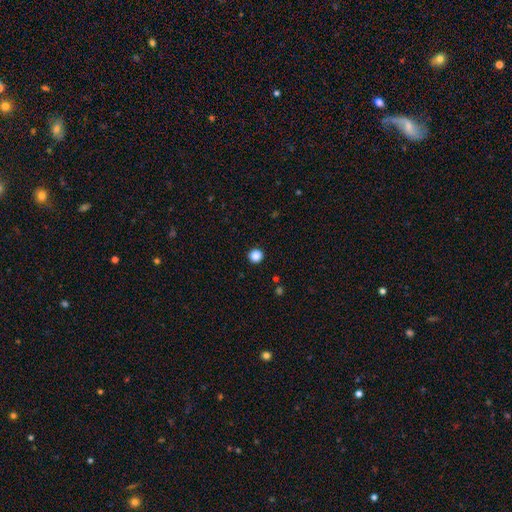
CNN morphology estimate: Smooth or featured: smooth — 86% (star or artifact — 11%)
How rounded: round — 95% (in between — 4%)
Merging: none — 93% (minor disturbance — 4%)